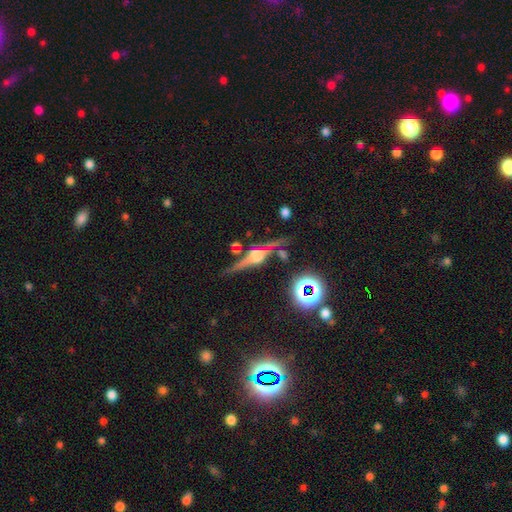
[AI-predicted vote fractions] Morphology: type=featured or disk (80%); edge-on=yes (95%); edge-on bulge=rounded (88%); merging=none (79%).